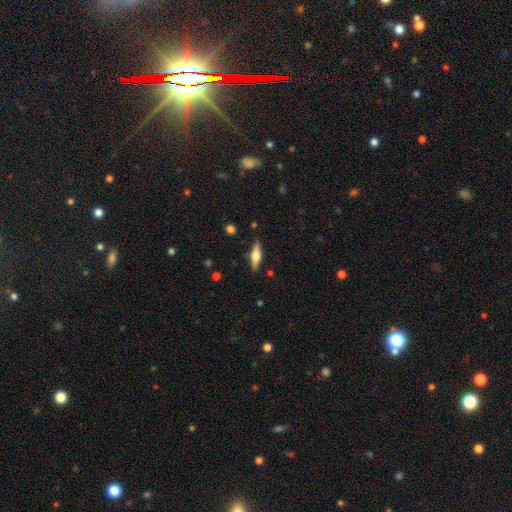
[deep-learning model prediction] Smooth or featured? Predicted: featured or disk (p=0.48). Merging? Predicted: none (p=0.87).